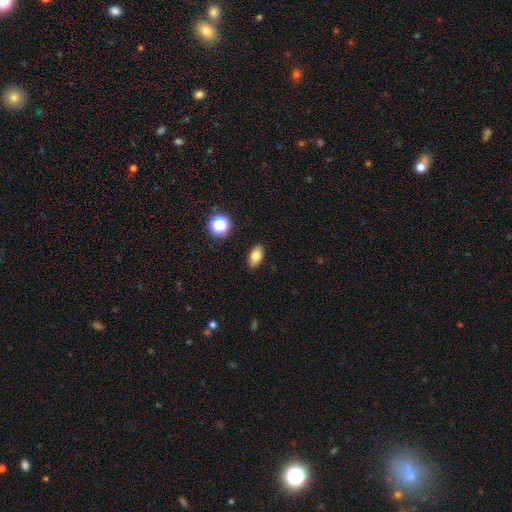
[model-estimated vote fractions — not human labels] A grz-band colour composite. It shows a smooth galaxy with no disk features (78%) that is in between round and cigar-shaped (89%). Merging: none (88%).